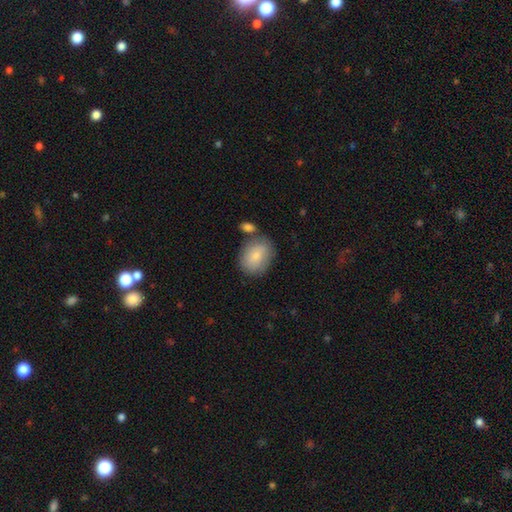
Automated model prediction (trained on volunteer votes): Q: Smooth or featured?
A: smooth (80%); runner-up: featured or disk (14%)
Q: How rounded?
A: in between (64%); runner-up: round (35%)
Q: Merging?
A: none (64%); runner-up: minor disturbance (16%)